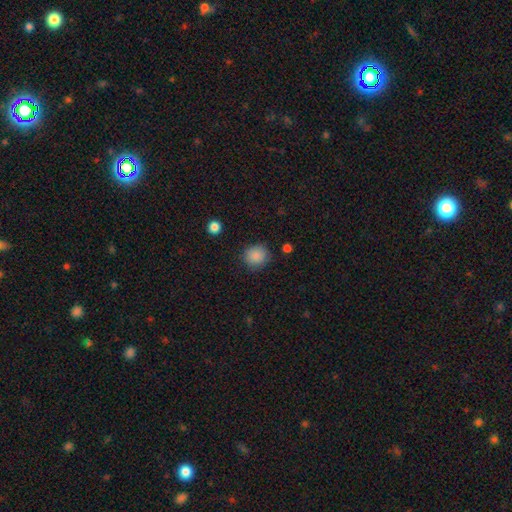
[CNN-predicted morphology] Smooth or featured? smooth (87%)
How rounded? round (88%)
Merging? none (85%)